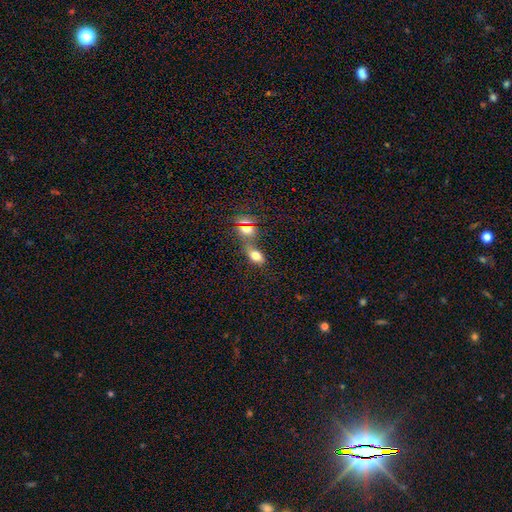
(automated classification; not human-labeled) smooth 70%, star or artifact 18%, featured or disk 12%. Down the decision tree: how rounded — in between (79%); merging — none (40%).